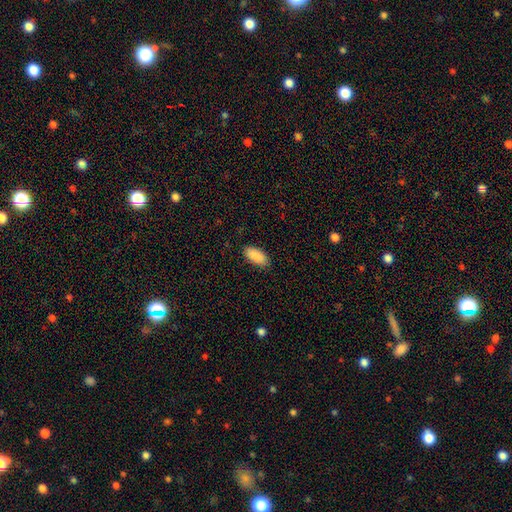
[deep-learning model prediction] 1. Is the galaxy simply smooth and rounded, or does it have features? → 90% smooth, 6% star or artifact, 3% featured or disk.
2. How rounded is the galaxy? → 90% in between, 9% cigar-shaped, 2% round.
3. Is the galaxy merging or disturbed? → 86% none, 11% minor disturbance, 2% major disturbance, 1% merger.